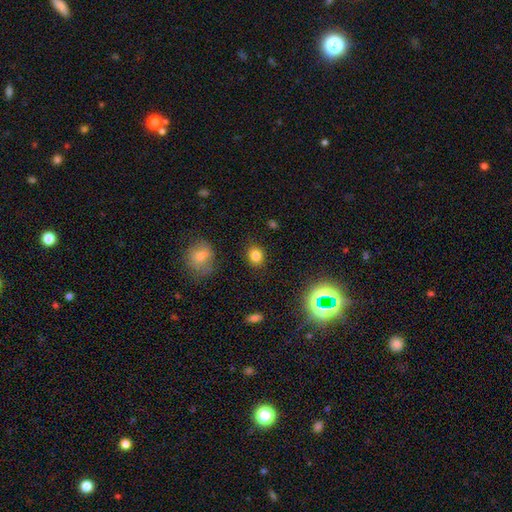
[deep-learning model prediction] Smooth or featured? Predicted: smooth (p=0.82). How rounded? Predicted: round (p=0.64). Merging? Predicted: none (p=0.86).